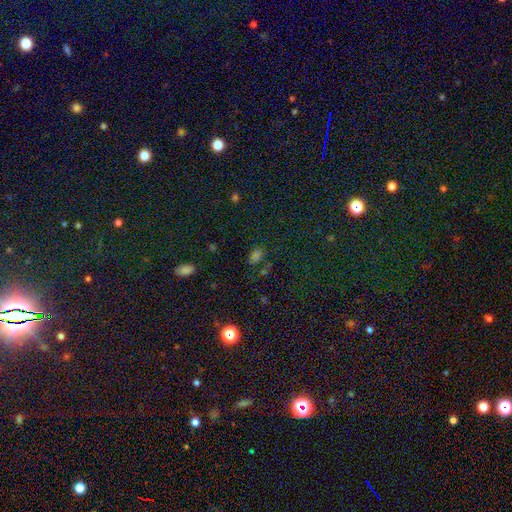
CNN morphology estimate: Q: Smooth or featured?
A: smooth (62%); runner-up: star or artifact (32%)
Q: How rounded?
A: in between (74%); runner-up: round (24%)
Q: Merging?
A: none (69%); runner-up: minor disturbance (16%)